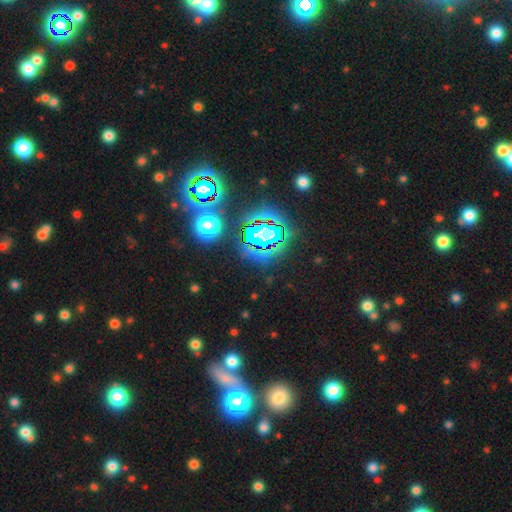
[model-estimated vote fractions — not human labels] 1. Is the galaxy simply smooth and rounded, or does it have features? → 75% star or artifact, 15% smooth, 10% featured or disk.